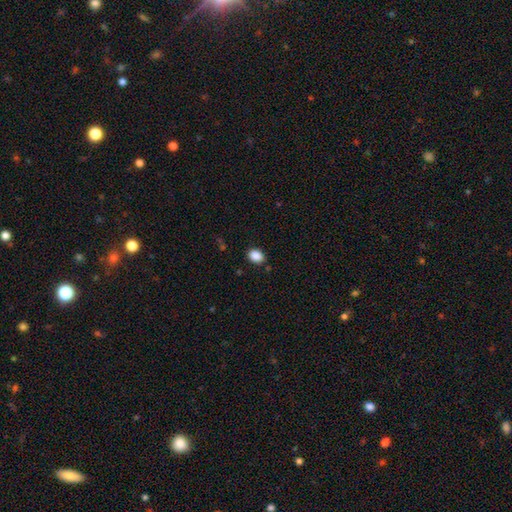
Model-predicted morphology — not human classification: smooth_or_featured: smooth (p=0.88) [alt: star or artifact p=0.09]
how_rounded: in between (p=0.63) [alt: round p=0.36]
merging: none (p=0.87) [alt: minor disturbance p=0.09]